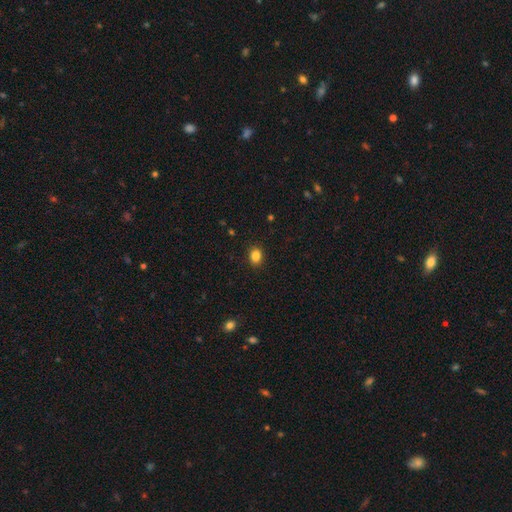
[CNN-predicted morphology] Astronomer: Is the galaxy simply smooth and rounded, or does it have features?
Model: smooth — 85%.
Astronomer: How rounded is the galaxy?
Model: in between — 51% (runner-up: round, 48%).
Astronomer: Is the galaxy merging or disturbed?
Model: none — 90%.